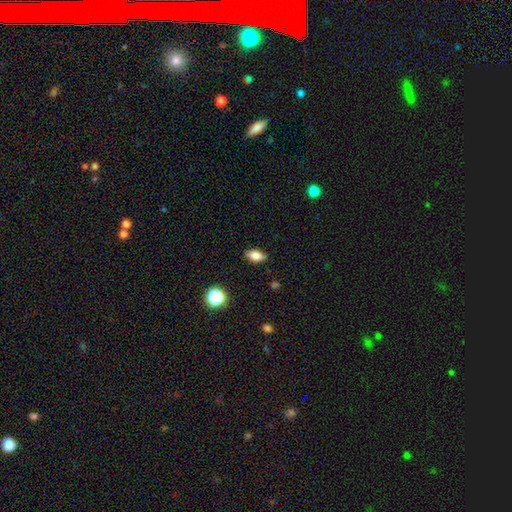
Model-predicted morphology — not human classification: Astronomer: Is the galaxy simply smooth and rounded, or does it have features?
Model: smooth — 80%.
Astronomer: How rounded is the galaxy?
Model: in between — 86%.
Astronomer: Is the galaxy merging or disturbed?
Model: none — 87%.